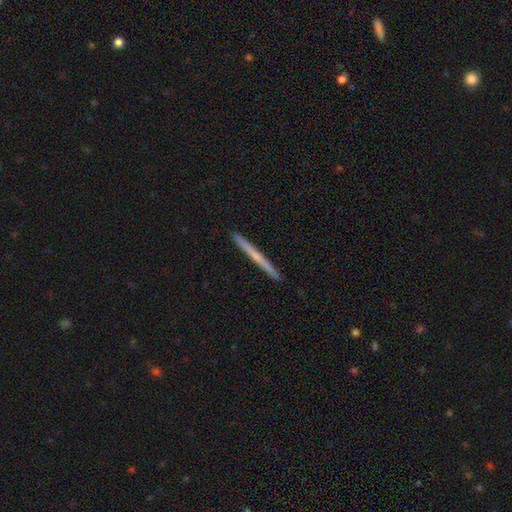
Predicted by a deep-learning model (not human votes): Smooth or featured? featured or disk (50%)
Edge-on disk? yes (98%)
Merging? none (93%)